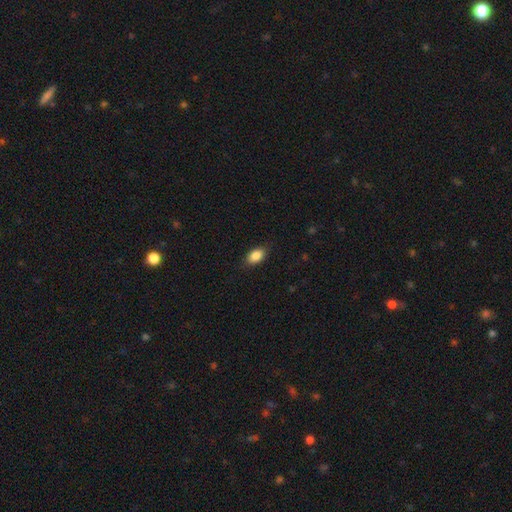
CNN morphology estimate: Overall: smooth (86%). How rounded: in between (89%). Merging: none (85%).